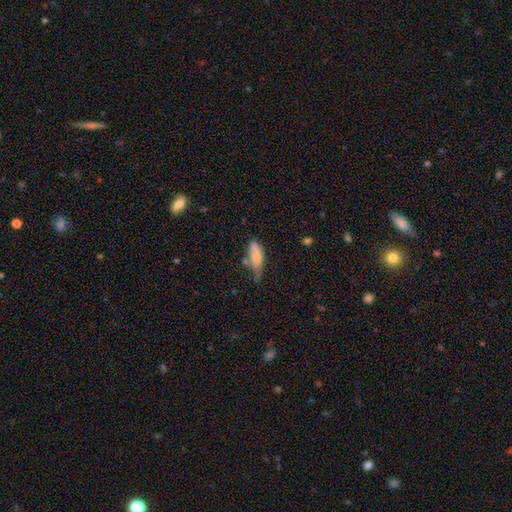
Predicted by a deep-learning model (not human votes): Morphology: type=smooth (76%); roundness=in between (63%); merging=minor disturbance (40%).